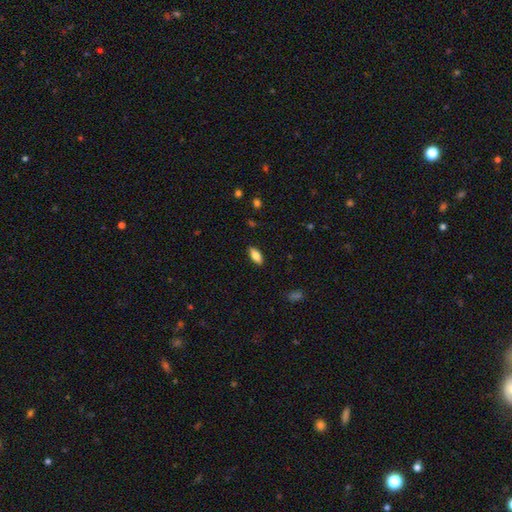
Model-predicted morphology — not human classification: This is likely a smooth galaxy (80%). How rounded: clearly in between (84%). Merging: clearly none (88%).